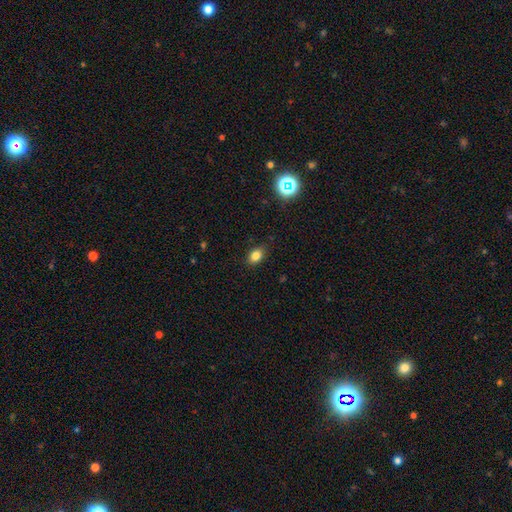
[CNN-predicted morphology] A smooth galaxy with no disk features (81%) that is in between round and cigar-shaped (76%). Merging: none (84%).